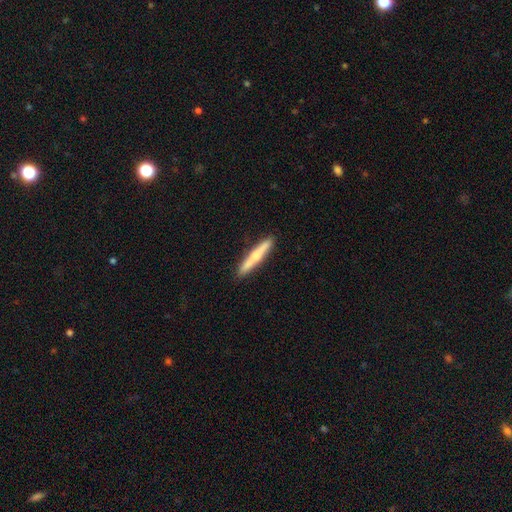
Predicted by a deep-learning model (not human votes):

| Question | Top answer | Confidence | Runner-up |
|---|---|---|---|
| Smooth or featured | smooth | 50% | featured or disk (44%) |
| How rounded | cigar-shaped | 94% | in between (4%) |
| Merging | none | 91% | minor disturbance (7%) |